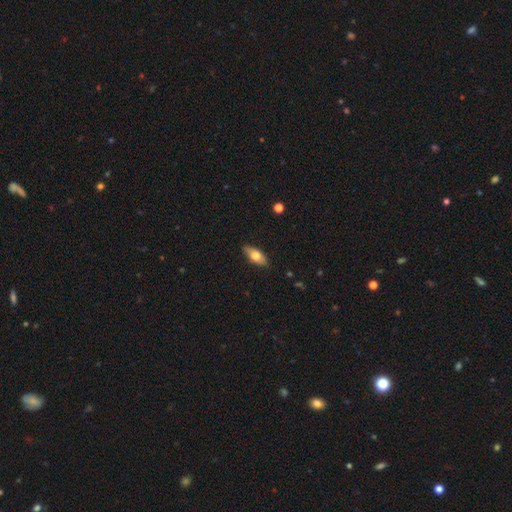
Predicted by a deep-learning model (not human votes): smooth_or_featured: smooth (p=0.67) [alt: featured or disk p=0.27]
how_rounded: in between (p=0.82) [alt: cigar-shaped p=0.14]
merging: none (p=0.87) [alt: minor disturbance p=0.10]